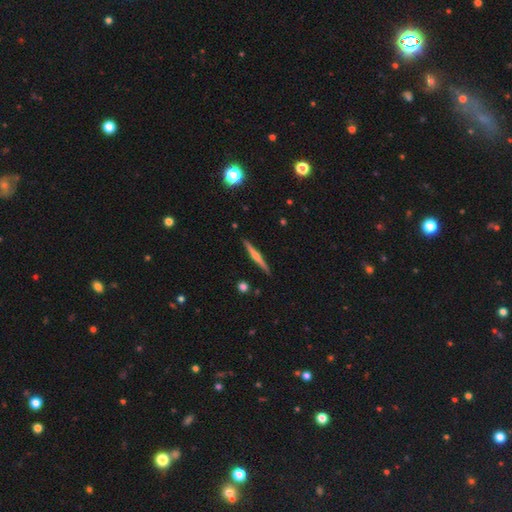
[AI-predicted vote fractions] featured or disk 71%, smooth 23%, star or artifact 6%. Down the decision tree: edge-on disk — yes (98%); edge-on bulge — rounded (84%); merging — none (91%).